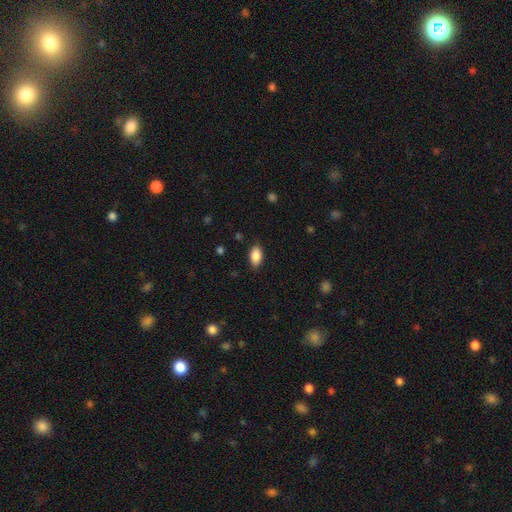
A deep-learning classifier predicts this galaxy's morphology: smooth_or_featured: smooth (p=0.87) [alt: star or artifact p=0.07]
how_rounded: in between (p=0.92) [alt: round p=0.05]
merging: none (p=0.85) [alt: minor disturbance p=0.11]